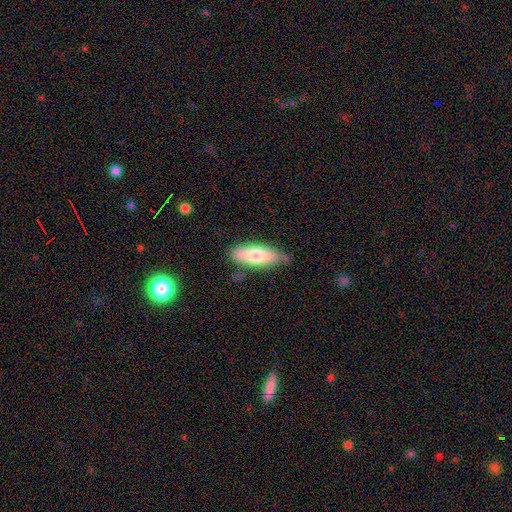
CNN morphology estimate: Smooth or featured? Predicted: smooth (p=0.74). How rounded? Predicted: in between (p=0.73). Merging? Predicted: none (p=0.72).